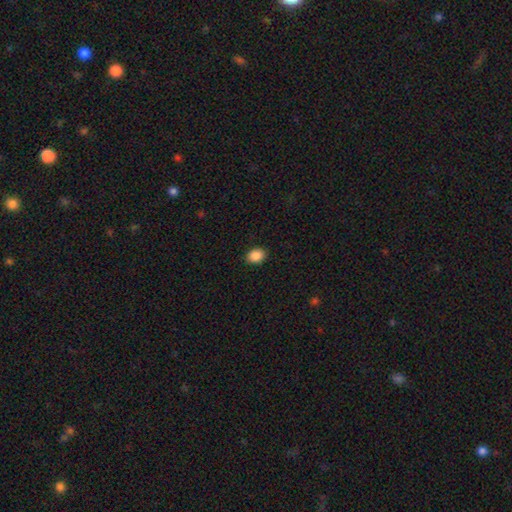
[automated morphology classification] Smooth or featured?
  - smooth: 89% *
  - star or artifact: 9%
  - featured or disk: 3%
How rounded?
  - in between: 65% *
  - round: 34%
  - cigar-shaped: 1%
Merging?
  - none: 89% *
  - minor disturbance: 8%
  - major disturbance: 2%
  - merger: 1%